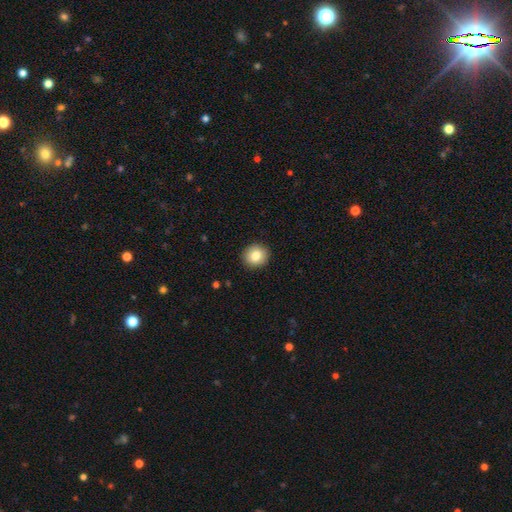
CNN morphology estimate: Overall: smooth (85%). How rounded: round (88%). Merging: none (92%).